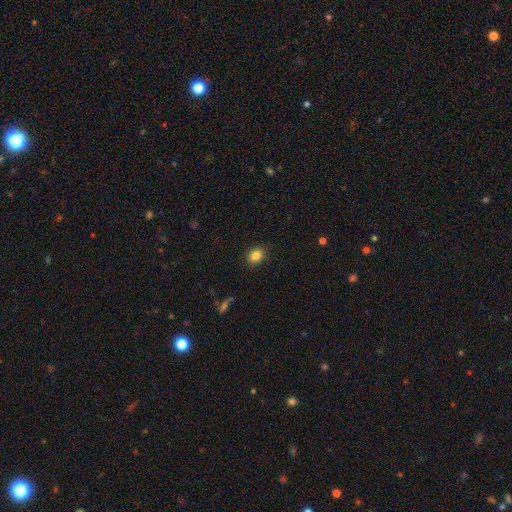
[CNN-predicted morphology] smooth 85%, star or artifact 10%, featured or disk 6%. Down the decision tree: how rounded — in between (62%); merging — none (87%).